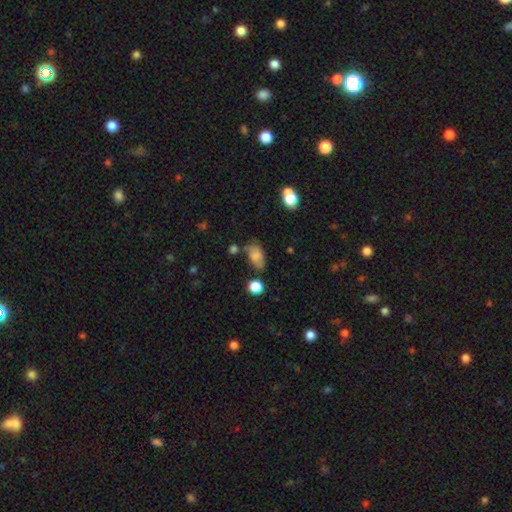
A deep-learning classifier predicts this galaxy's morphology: Overall: smooth (77%). How rounded: in between (90%). Merging: none (64%).